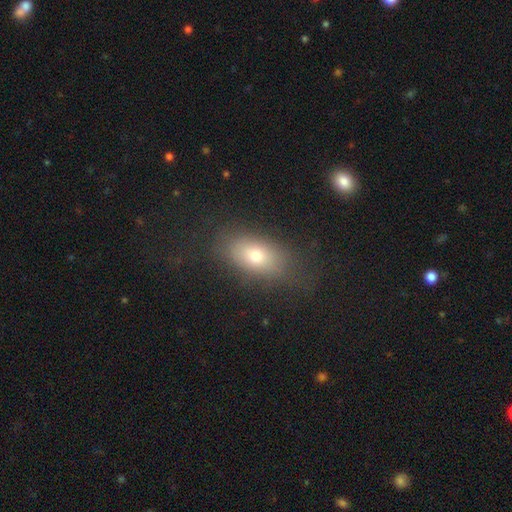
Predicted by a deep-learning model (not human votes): smooth-or-featured: smooth: 71% | featured or disk: 17% | star or artifact: 12%
  how-rounded: in between: 83% | round: 12% | cigar-shaped: 4%
  merging: none: 74% | minor disturbance: 16% | major disturbance: 8% | merger: 2%